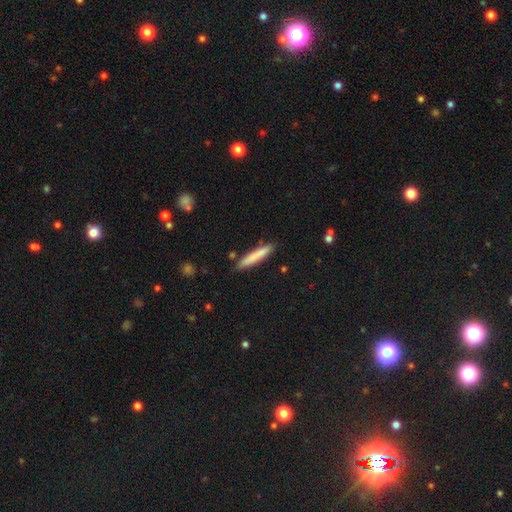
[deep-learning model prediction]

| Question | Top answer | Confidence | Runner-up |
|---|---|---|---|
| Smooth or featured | smooth | 78% | featured or disk (16%) |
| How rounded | cigar-shaped | 92% | in between (7%) |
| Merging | none | 85% | minor disturbance (11%) |